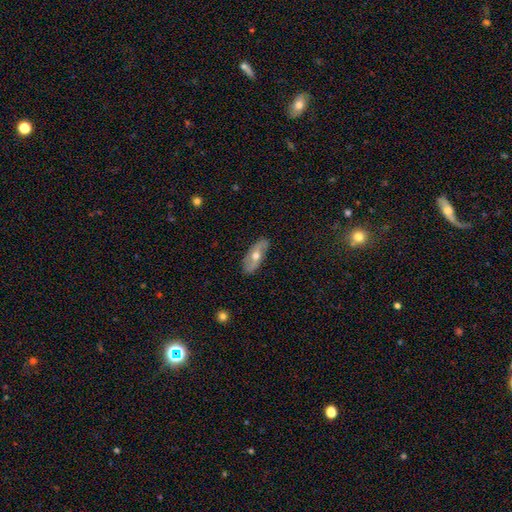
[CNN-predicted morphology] smooth-or-featured: featured or disk: 52% | smooth: 42% | star or artifact: 6%
  disk-edge-on: no: 72% | yes: 28%
  merging: none: 85% | minor disturbance: 11% | major disturbance: 2% | merger: 1%